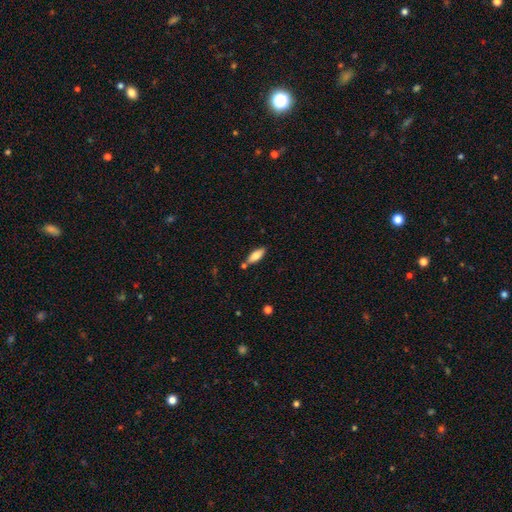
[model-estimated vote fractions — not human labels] A smooth galaxy with no disk features (77%) that is in between round and cigar-shaped (75%).

Vote fractions:
- Smooth or featured? smooth: 77% / featured or disk: 16% / star or artifact: 7%
- How rounded? in between: 75% / cigar-shaped: 24% / round: 2%
- Merging? none: 77% / minor disturbance: 12% / merger: 8% / major disturbance: 3%